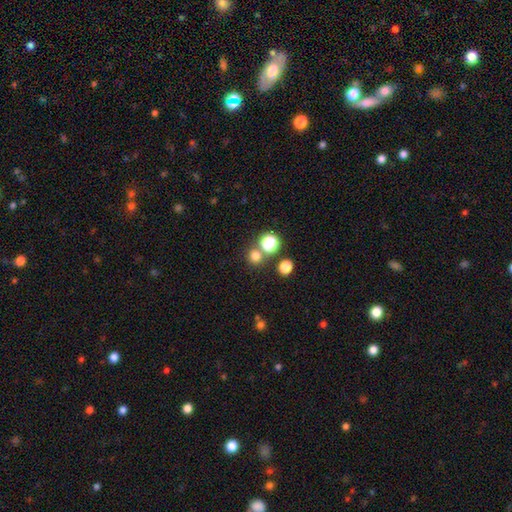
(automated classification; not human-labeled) smooth_or_featured: smooth (p=0.73) [alt: star or artifact p=0.21]
how_rounded: round (p=0.92) [alt: in between p=0.07]
merging: none (p=0.72) [alt: merger p=0.18]